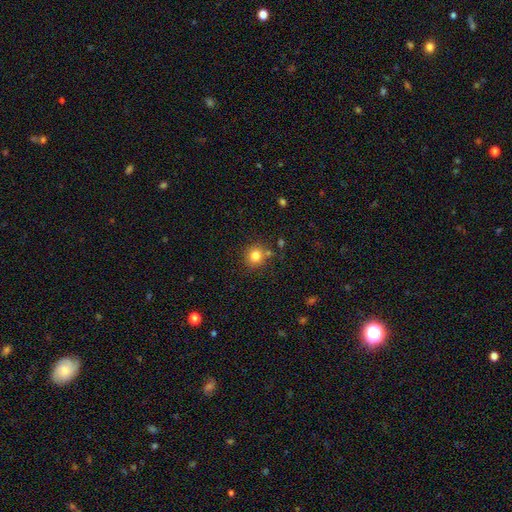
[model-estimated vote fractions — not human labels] Overall: smooth (81%). How rounded: round (89%). Merging: none (79%).